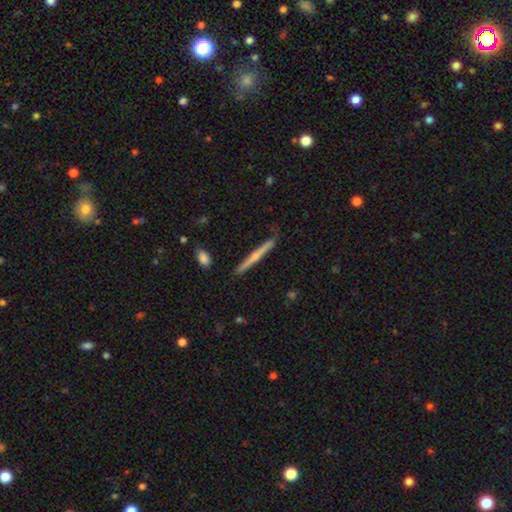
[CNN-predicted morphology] A featured or disk galaxy (57%) viewed edge-on (97%) with a rounded central bulge (59%). Merging: none (85%).